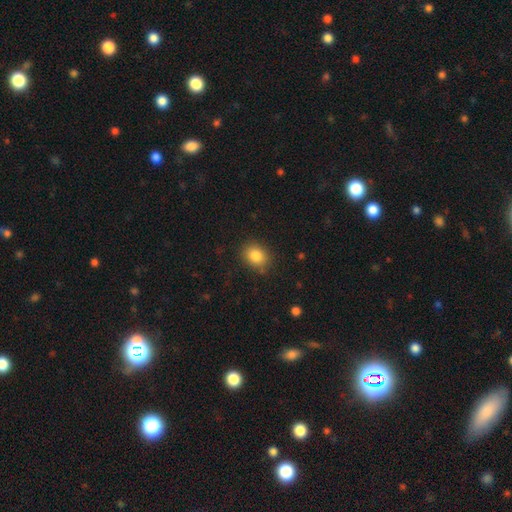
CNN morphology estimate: A smooth galaxy with no disk features (84%) that is in between round and cigar-shaped (55%).

Vote fractions:
- Smooth or featured? smooth: 84% / star or artifact: 9% / featured or disk: 6%
- How rounded? in between: 55% / round: 44% / cigar-shaped: 1%
- Merging? none: 83% / minor disturbance: 13% / major disturbance: 3% / merger: 1%